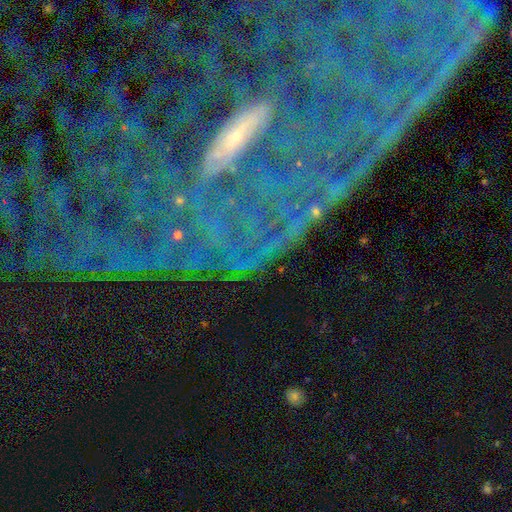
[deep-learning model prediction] Smooth or featured: featured or disk — 55% (star or artifact — 29%)
Edge-on disk: no — 67% (yes — 33%)
Merging: none — 66% (minor disturbance — 15%)